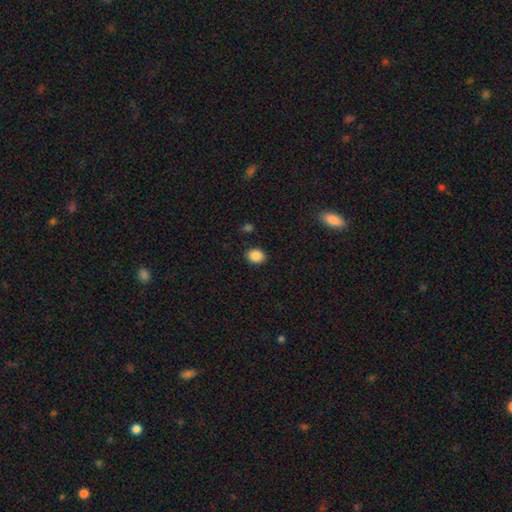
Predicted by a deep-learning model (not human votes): The model was most divided on "how rounded": in between: 53%, round: 46%, cigar-shaped: 1%. More confident: merging — none (88%); smooth or featured — smooth (87%).